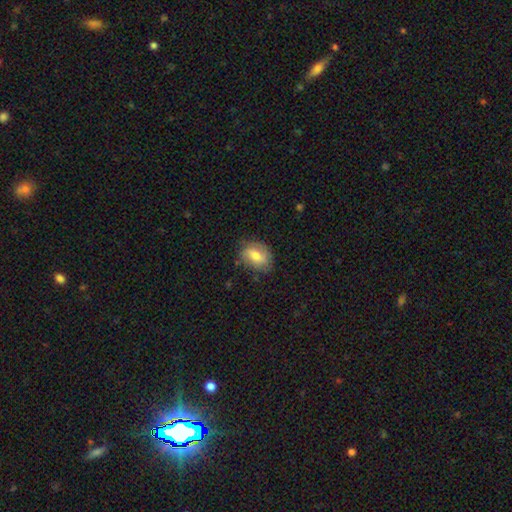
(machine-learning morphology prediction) Smooth or featured? smooth (63%)
How rounded? in between (70%)
Merging? none (70%)